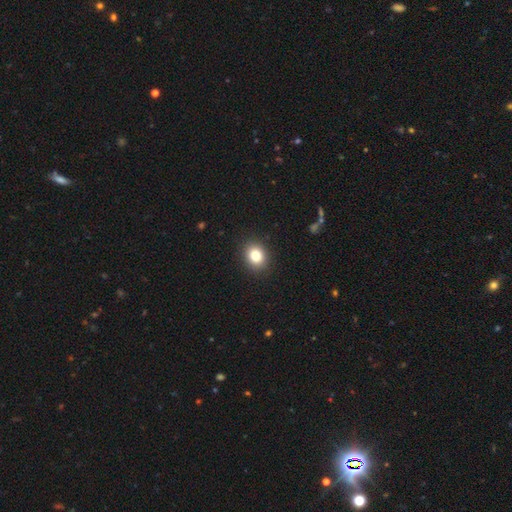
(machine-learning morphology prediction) smooth_or_featured: smooth (p=0.83) [alt: star or artifact p=0.10]
how_rounded: round (p=0.58) [alt: in between p=0.41]
merging: none (p=0.90) [alt: minor disturbance p=0.07]